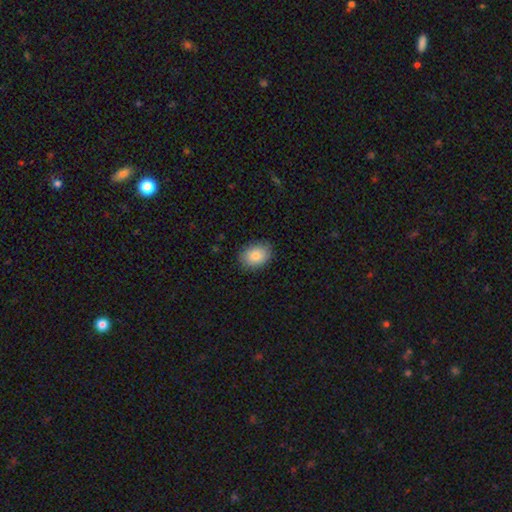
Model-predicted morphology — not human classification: This is clearly a smooth galaxy (86%). How rounded: likely in between (72%). Merging: clearly none (84%).